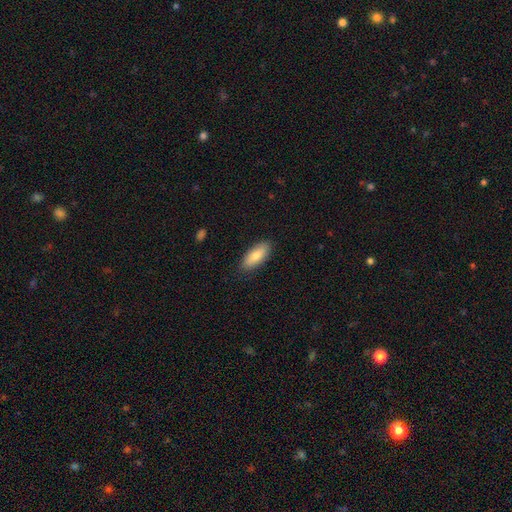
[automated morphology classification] A smooth galaxy with no disk features (79%) that is in between round and cigar-shaped (80%).

Vote fractions:
- Smooth or featured? smooth: 79% / featured or disk: 15% / star or artifact: 6%
- How rounded? in between: 80% / cigar-shaped: 18% / round: 2%
- Merging? none: 87% / minor disturbance: 10% / major disturbance: 2% / merger: 1%